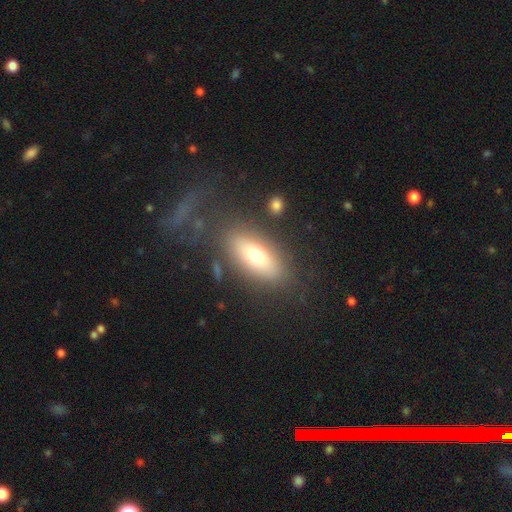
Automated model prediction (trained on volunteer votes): A smooth galaxy with no disk features (64%) that is in between round and cigar-shaped (81%).

Vote fractions:
- Smooth or featured? smooth: 64% / featured or disk: 28% / star or artifact: 8%
- How rounded? in between: 81% / cigar-shaped: 15% / round: 4%
- Merging? none: 74% / minor disturbance: 13% / major disturbance: 9% / merger: 4%